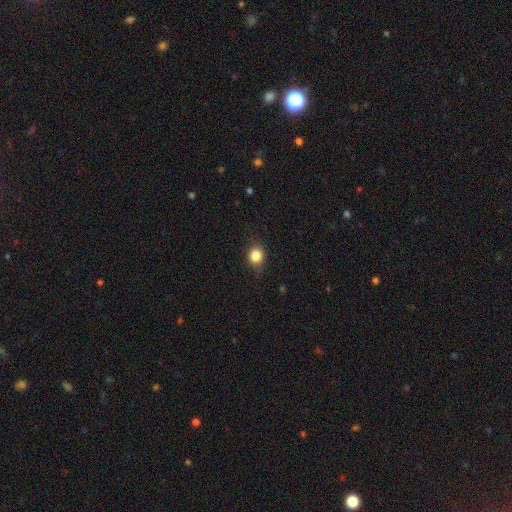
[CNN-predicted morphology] Smooth or featured? smooth (83%)
How rounded? round (69%)
Merging? none (81%)